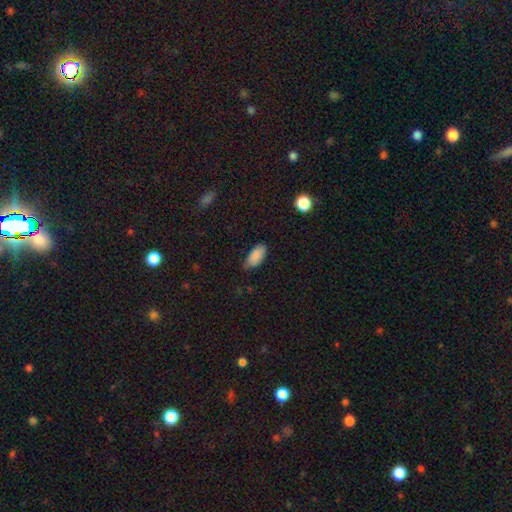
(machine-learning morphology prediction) Smooth or featured?
  - smooth: 87% *
  - star or artifact: 7%
  - featured or disk: 6%
How rounded?
  - in between: 92% *
  - cigar-shaped: 6%
  - round: 2%
Merging?
  - none: 72% *
  - minor disturbance: 23%
  - major disturbance: 4%
  - merger: 1%